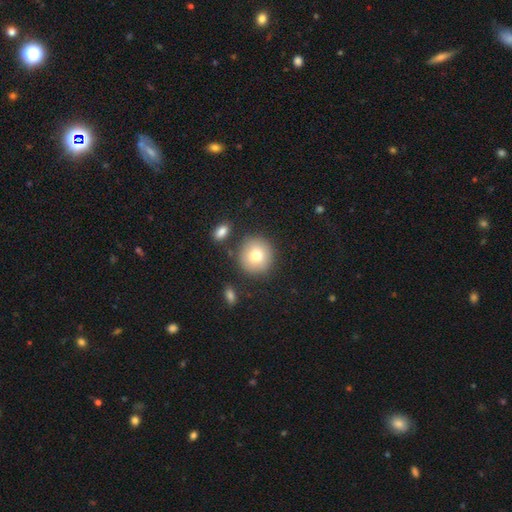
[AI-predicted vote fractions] smooth-or-featured: smooth: 76% | featured or disk: 13% | star or artifact: 10%
  how-rounded: round: 92% | in between: 7% | cigar-shaped: 1%
  merging: none: 82% | minor disturbance: 9% | merger: 6% | major disturbance: 3%